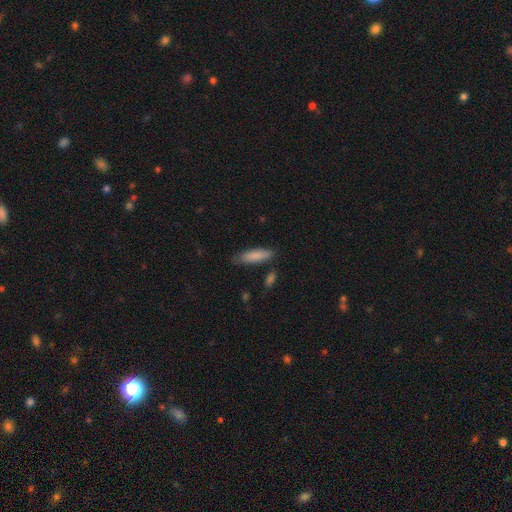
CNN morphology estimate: smooth-or-featured: smooth: 85% | featured or disk: 9% | star or artifact: 6%
  how-rounded: cigar-shaped: 54% | in between: 44% | round: 2%
  merging: none: 77% | minor disturbance: 16% | merger: 4% | major disturbance: 3%